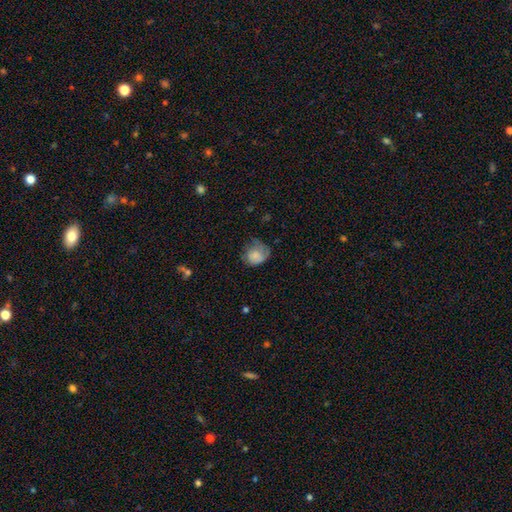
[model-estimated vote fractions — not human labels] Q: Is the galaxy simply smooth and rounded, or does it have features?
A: smooth — 70%.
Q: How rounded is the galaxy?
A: round — 68%.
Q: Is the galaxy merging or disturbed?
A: none — 42%.